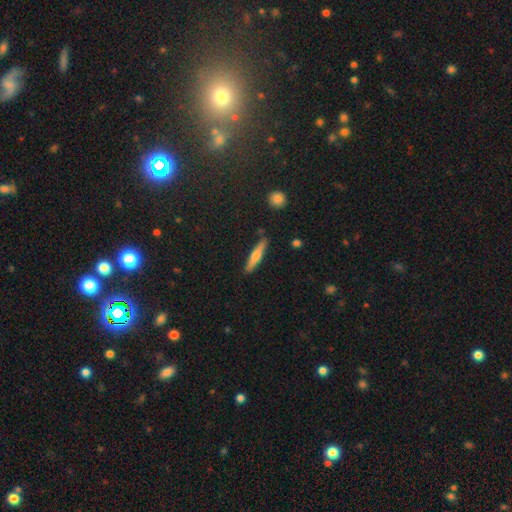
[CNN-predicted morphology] Smooth or featured?
  - smooth: 56% *
  - featured or disk: 38%
  - star or artifact: 6%
How rounded?
  - cigar-shaped: 87% *
  - in between: 11%
  - round: 2%
Merging?
  - none: 87% *
  - minor disturbance: 9%
  - merger: 2%
  - major disturbance: 2%